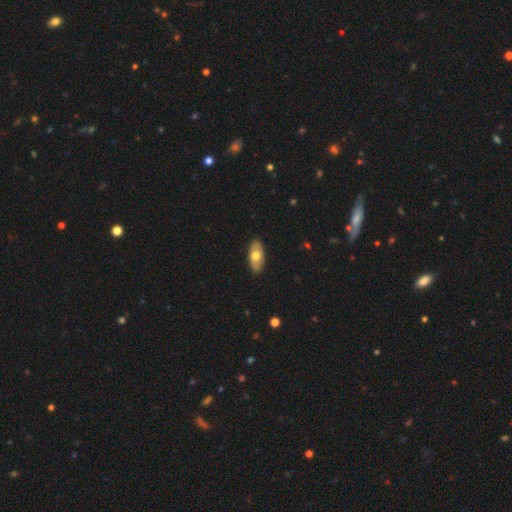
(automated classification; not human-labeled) Smooth or featured? smooth (63%)
How rounded? in between (90%)
Merging? none (88%)